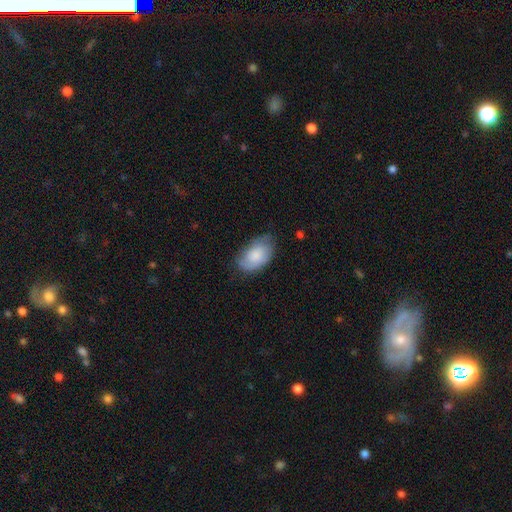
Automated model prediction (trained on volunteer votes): Smooth or featured?
  - smooth: 70% *
  - featured or disk: 23%
  - star or artifact: 7%
How rounded?
  - in between: 92% *
  - round: 7%
  - cigar-shaped: 1%
Merging?
  - none: 60% *
  - minor disturbance: 30%
  - major disturbance: 8%
  - merger: 1%